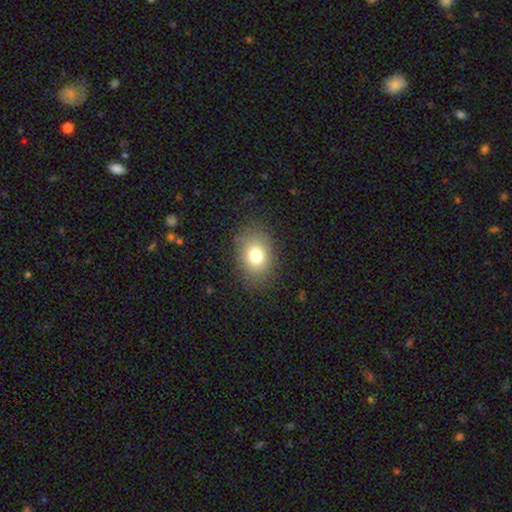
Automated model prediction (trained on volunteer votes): smooth-or-featured: smooth: 77% | star or artifact: 12% | featured or disk: 11%
  how-rounded: in between: 63% | round: 36% | cigar-shaped: 1%
  merging: none: 83% | minor disturbance: 11% | major disturbance: 5% | merger: 1%